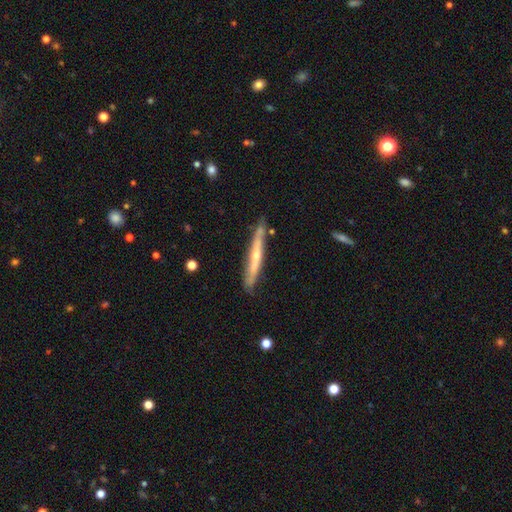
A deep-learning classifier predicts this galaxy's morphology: smooth_or_featured: featured or disk (p=0.62) [alt: smooth p=0.32]
disk_edge_on: yes (p=0.91) [alt: no p=0.09]
edge_on_bulge: rounded (p=0.67) [alt: none p=0.30]
merging: none (p=0.78) [alt: minor disturbance p=0.17]